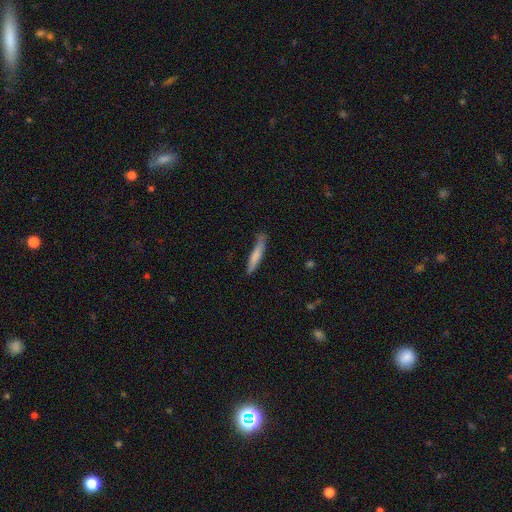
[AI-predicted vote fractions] This is likely a smooth galaxy (78%). How rounded: clearly cigar-shaped (92%). Merging: likely none (73%).